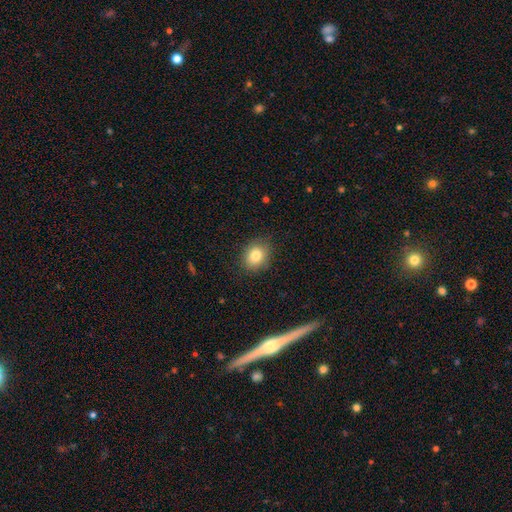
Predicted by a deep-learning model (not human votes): smooth_or_featured: smooth (p=0.82) [alt: star or artifact p=0.09]
how_rounded: in between (p=0.51) [alt: round p=0.48]
merging: none (p=0.84) [alt: minor disturbance p=0.12]